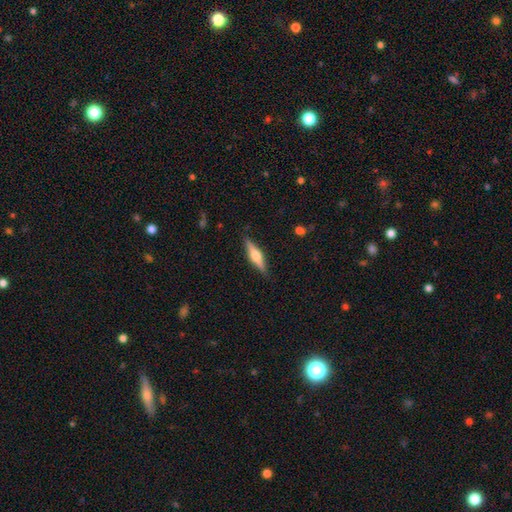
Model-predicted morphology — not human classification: Q: Smooth or featured?
A: featured or disk (62%); runner-up: smooth (32%)
Q: Edge-on disk?
A: yes (97%); runner-up: no (3%)
Q: Edge-on bulge?
A: rounded (92%); runner-up: boxy (6%)
Q: Merging?
A: none (88%); runner-up: minor disturbance (9%)